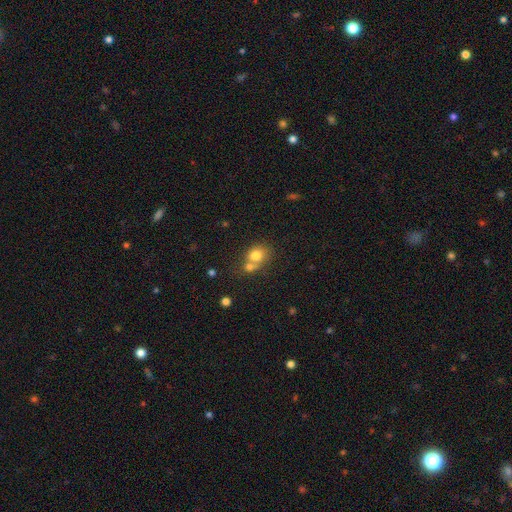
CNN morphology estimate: smooth_or_featured: smooth (p=0.76) [alt: featured or disk p=0.13]
how_rounded: round (p=0.67) [alt: in between p=0.32]
merging: merger (p=0.51) [alt: none p=0.36]